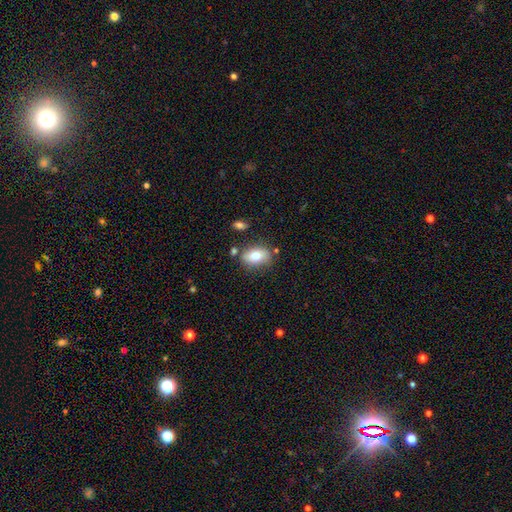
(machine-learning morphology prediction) smooth 73%, featured or disk 18%, star or artifact 8%. Down the decision tree: how rounded — in between (82%); merging — none (75%).